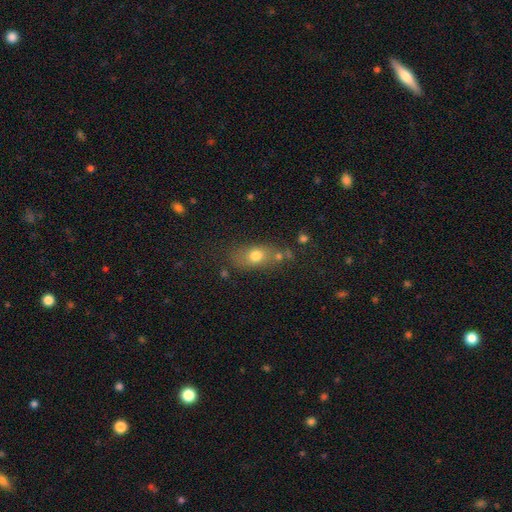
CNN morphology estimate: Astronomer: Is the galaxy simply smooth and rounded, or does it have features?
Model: smooth — 73%.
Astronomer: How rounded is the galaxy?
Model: in between — 69%.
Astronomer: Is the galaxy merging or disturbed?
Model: none — 63%.